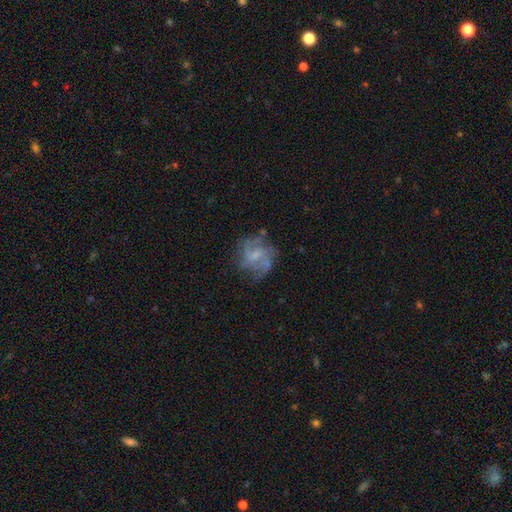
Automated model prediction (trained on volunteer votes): A featured or disk galaxy (73%) with a weak bar (46%), medium (46%) spiral arms (84%) and a small central bulge (52%).

Vote fractions:
- Smooth or featured? featured or disk: 73% / smooth: 18% / star or artifact: 9%
- Edge-on disk? no: 98% / yes: 2%
- Bar? weak: 46% / no: 45% / strong: 8%
- Spiral arms? yes: 84% / no: 16%
- Spiral winding? medium: 46% / loose: 29% / tight: 25%
- Spiral arm count? can't tell: 29% / 2: 26% / 3: 24% / 4: 11% / 1: 5% / more than 4: 5%
- Bulge size? small: 52% / moderate: 28% / none: 18% / large: 2% / dominant: 1%
- Merging? none: 64% / minor disturbance: 20% / major disturbance: 14% / merger: 2%